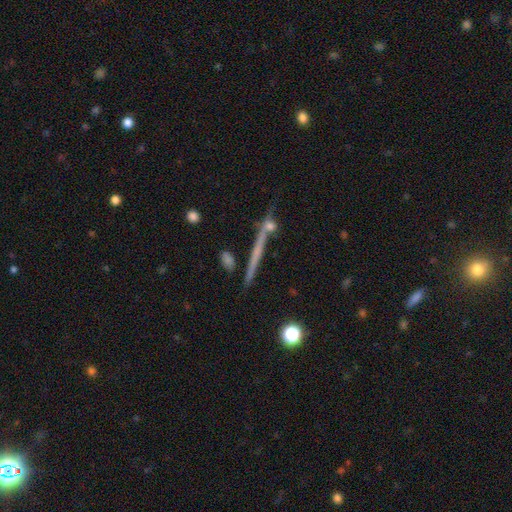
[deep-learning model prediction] smooth-or-featured: featured or disk: 53% | smooth: 37% | star or artifact: 10%
  disk-edge-on: yes: 94% | no: 6%
  merging: none: 74% | merger: 12% | minor disturbance: 10% | major disturbance: 4%